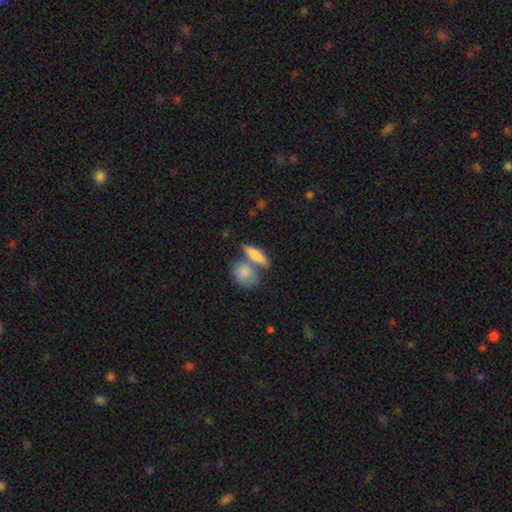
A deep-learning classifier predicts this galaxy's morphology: This is likely a smooth galaxy (75%). How rounded: possibly in between (52%). Merging: possibly none (49%).